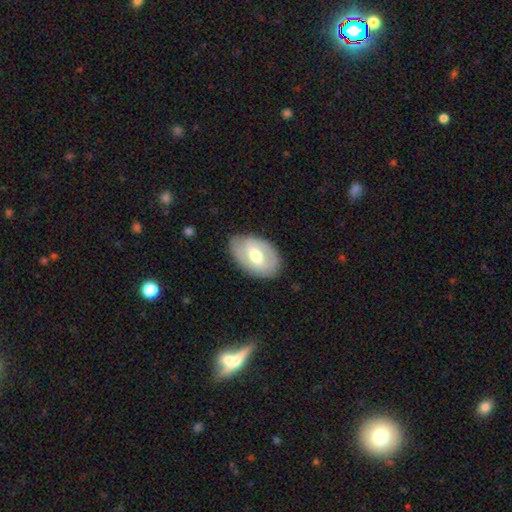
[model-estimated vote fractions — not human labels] This appears to be a featured or disk galaxy (50%). Merging: none (79%).